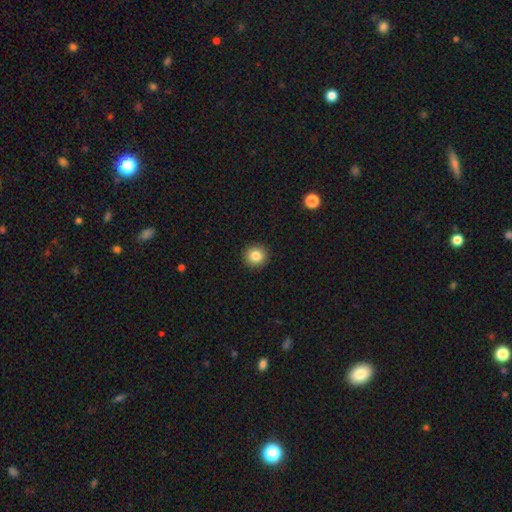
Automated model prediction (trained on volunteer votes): Smooth or featured? smooth (84%)
How rounded? round (93%)
Merging? none (93%)